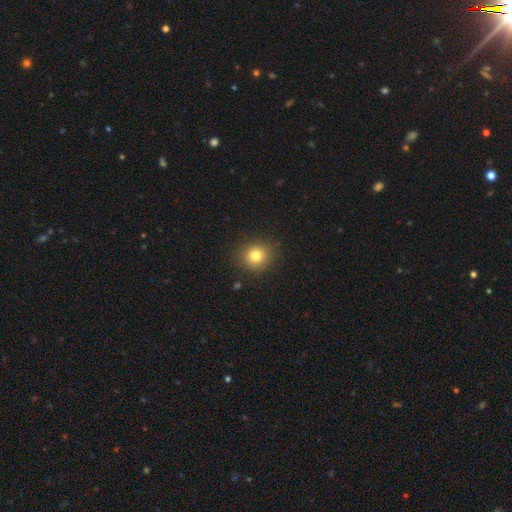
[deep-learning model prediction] Smooth or featured? Predicted: smooth (p=0.80). How rounded? Predicted: round (p=0.87). Merging? Predicted: none (p=0.88).